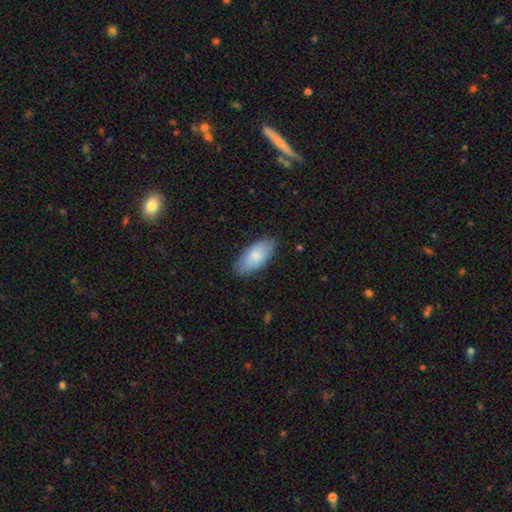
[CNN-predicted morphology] Smooth or featured? smooth (82%)
How rounded? in between (91%)
Merging? none (83%)